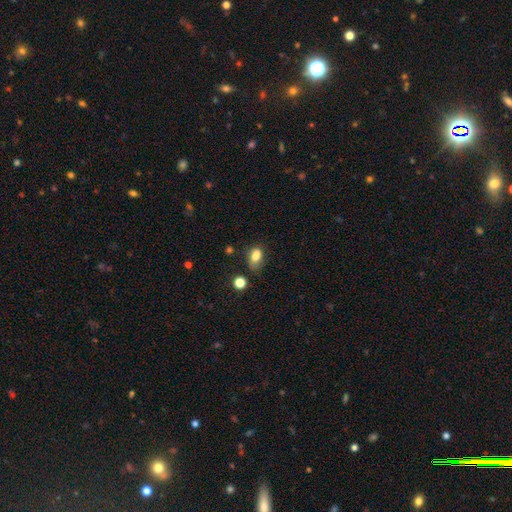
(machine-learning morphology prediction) The model was most divided on "merging": none: 55%, minor disturbance: 29%, major disturbance: 11%, merger: 5%. More confident: how rounded — in between (82%); smooth or featured — smooth (82%).